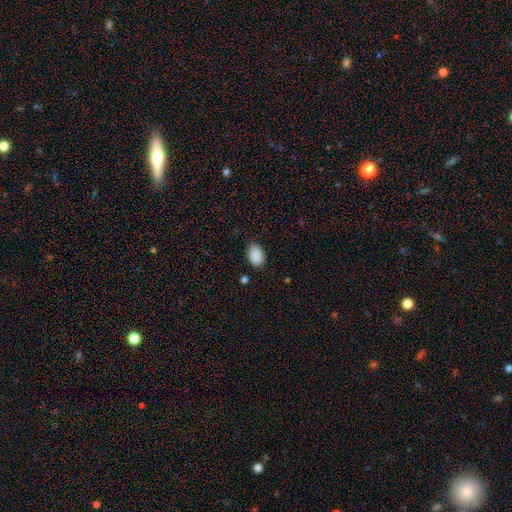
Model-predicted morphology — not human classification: Q: Smooth or featured?
A: smooth (90%); runner-up: star or artifact (7%)
Q: How rounded?
A: in between (89%); runner-up: round (10%)
Q: Merging?
A: none (83%); runner-up: minor disturbance (13%)